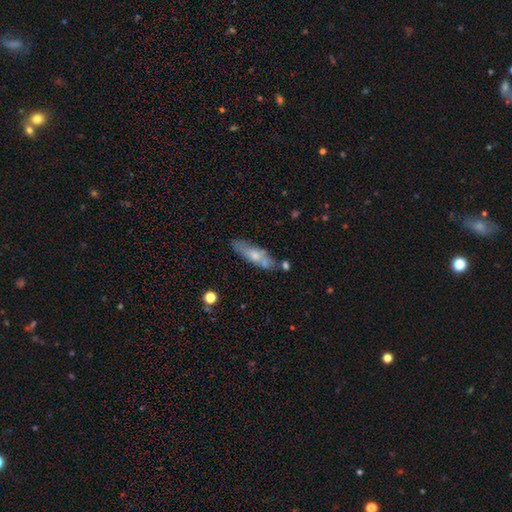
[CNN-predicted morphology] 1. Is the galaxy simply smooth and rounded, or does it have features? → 54% smooth, 39% featured or disk, 7% star or artifact.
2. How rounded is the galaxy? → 59% cigar-shaped, 39% in between, 2% round.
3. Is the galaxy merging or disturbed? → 64% none, 21% minor disturbance, 9% merger, 6% major disturbance.